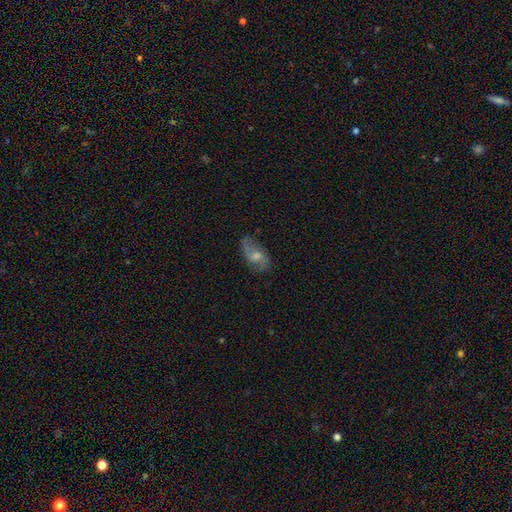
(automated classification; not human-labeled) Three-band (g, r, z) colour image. It shows a featured or disk galaxy (67%) with no bar (56%), 2 (84%) loose (45%) spiral arms (89%) and a moderate central bulge (58%). Merging: none (74%).